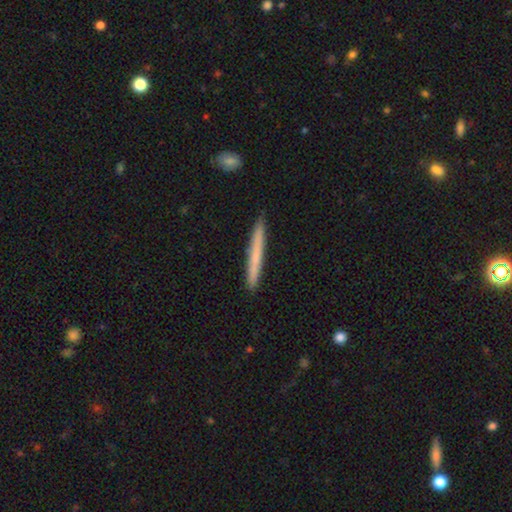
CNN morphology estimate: smooth 64%, featured or disk 30%, star or artifact 6%. Down the decision tree: how rounded — cigar-shaped (97%); merging — none (92%).